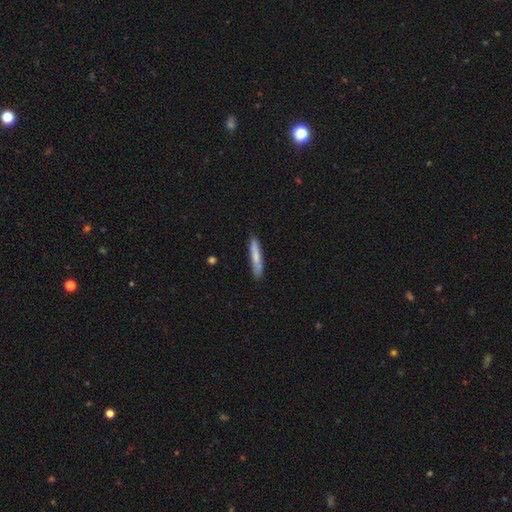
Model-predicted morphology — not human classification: This is likely a smooth galaxy (68%). How rounded: clearly cigar-shaped (92%). Merging: likely none (79%).